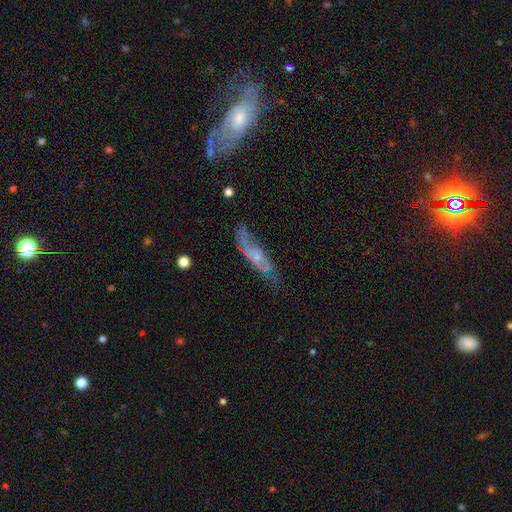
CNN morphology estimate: Overall: featured or disk (64%; smooth 27%). Edge-on disk: no (71%). Merging: none (56%; minor disturbance 26%).